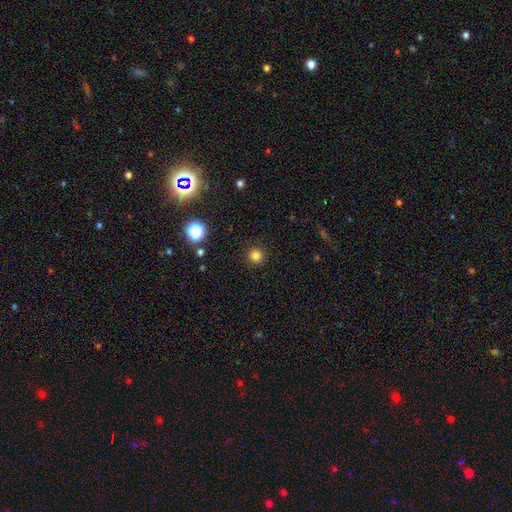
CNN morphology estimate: Q: Smooth or featured?
A: smooth (81%); runner-up: star or artifact (14%)
Q: How rounded?
A: round (95%); runner-up: in between (4%)
Q: Merging?
A: none (91%); runner-up: minor disturbance (5%)